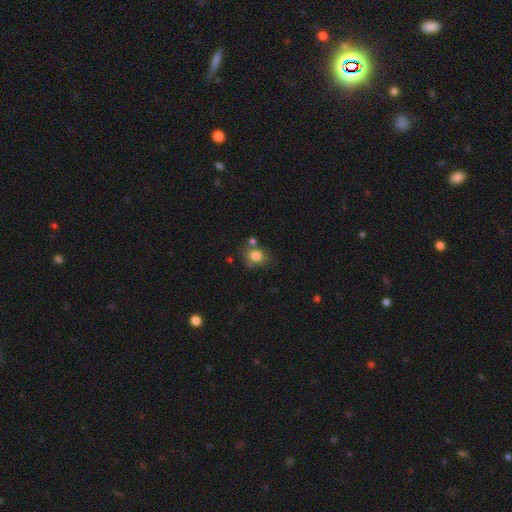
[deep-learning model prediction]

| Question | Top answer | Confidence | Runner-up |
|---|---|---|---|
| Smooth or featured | smooth | 81% | star or artifact (11%) |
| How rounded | round | 69% | in between (30%) |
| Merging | none | 64% | minor disturbance (18%) |